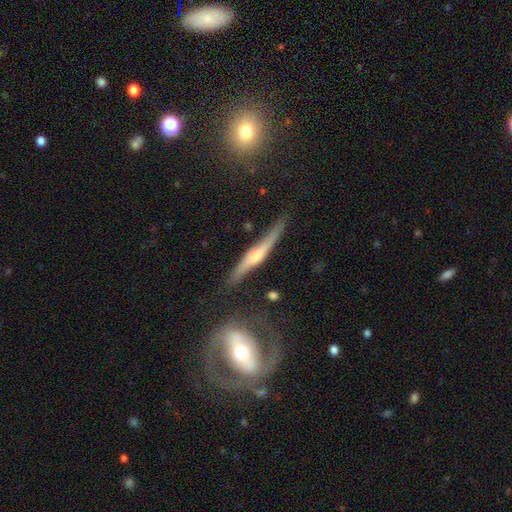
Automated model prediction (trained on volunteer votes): Smooth or featured: featured or disk — 73% (smooth — 21%)
Edge-on disk: yes — 93% (no — 7%)
Edge-on bulge: rounded — 74% (none — 15%)
Merging: none — 71% (minor disturbance — 19%)